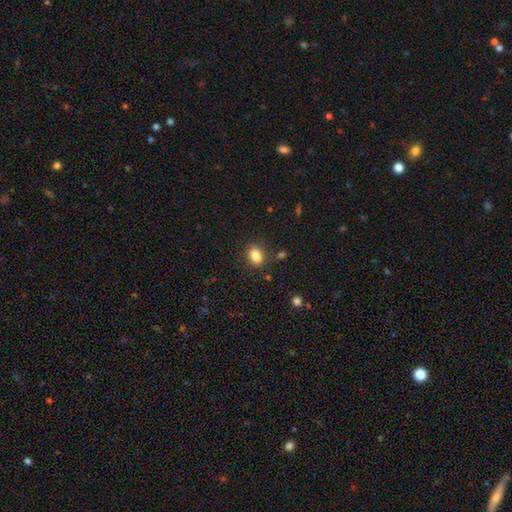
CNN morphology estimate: A smooth galaxy with no disk features (84%) that is in between round and cigar-shaped (60%).

Vote fractions:
- Smooth or featured? smooth: 84% / star or artifact: 10% / featured or disk: 6%
- How rounded? in between: 60% / round: 39% / cigar-shaped: 1%
- Merging? none: 86% / minor disturbance: 9% / major disturbance: 3% / merger: 2%